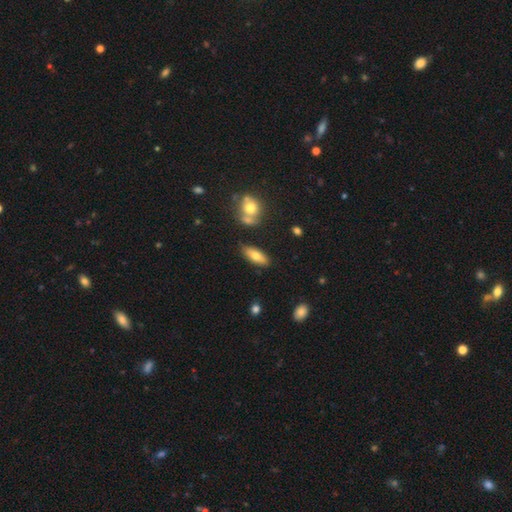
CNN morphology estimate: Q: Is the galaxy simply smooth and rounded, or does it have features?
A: smooth — 72%.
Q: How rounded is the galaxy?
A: in between — 74%.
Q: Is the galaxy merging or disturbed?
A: none — 80%.